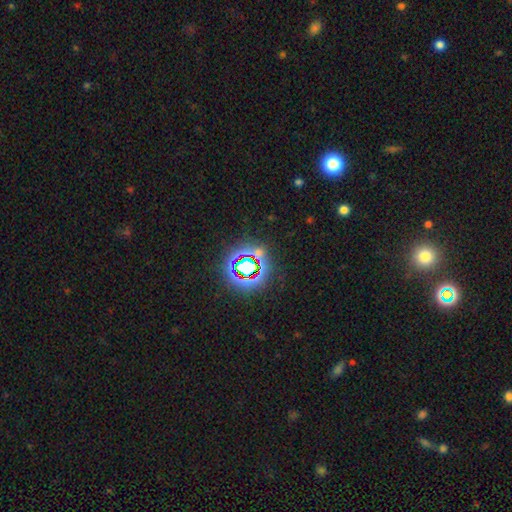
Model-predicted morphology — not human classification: Smooth or featured: star or artifact — 68% (smooth — 22%)